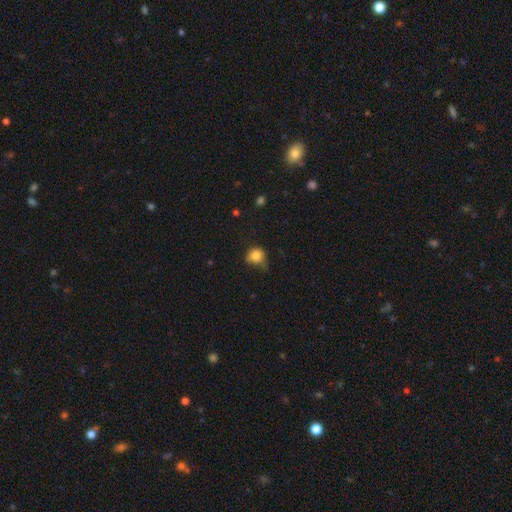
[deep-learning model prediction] Smooth or featured?
  - smooth: 81% *
  - star or artifact: 11%
  - featured or disk: 8%
How rounded?
  - round: 77% *
  - in between: 22%
  - cigar-shaped: 1%
Merging?
  - none: 47% *
  - minor disturbance: 37%
  - major disturbance: 13%
  - merger: 3%